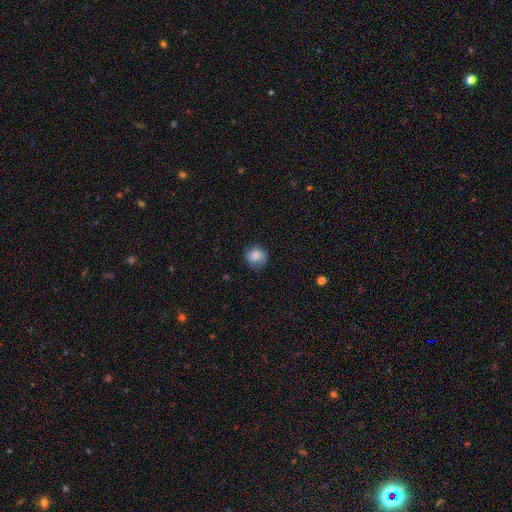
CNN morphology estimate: This appears to be a smooth galaxy with no disk features (84%) that is round (81%). Merging: none (72%).